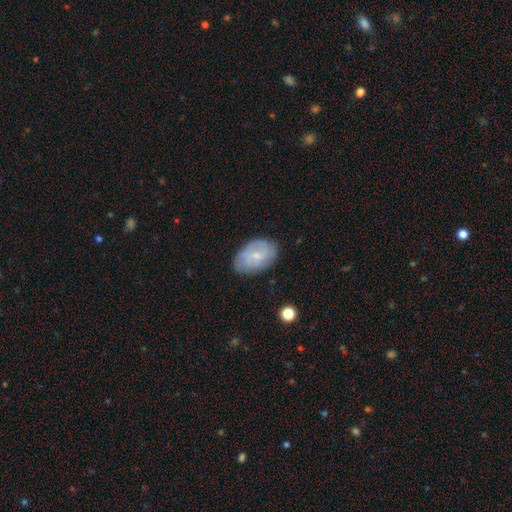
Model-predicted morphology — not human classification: Smooth or featured? Predicted: smooth (p=0.56). How rounded? Predicted: in between (p=0.87). Merging? Predicted: none (p=0.78).